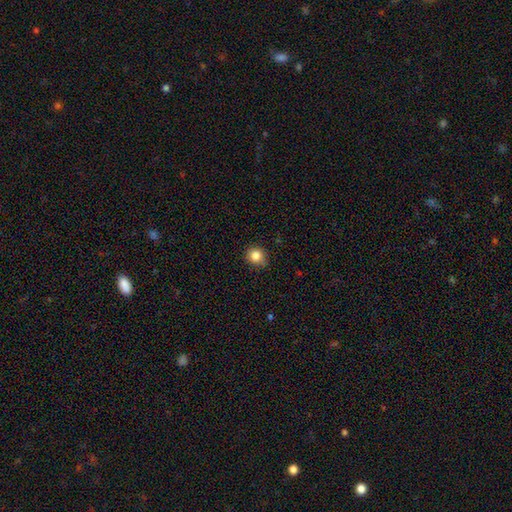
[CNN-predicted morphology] The model was most divided on "merging": none: 83%, minor disturbance: 13%, major disturbance: 2%, merger: 1%. More confident: how rounded — round (87%); smooth or featured — smooth (84%).